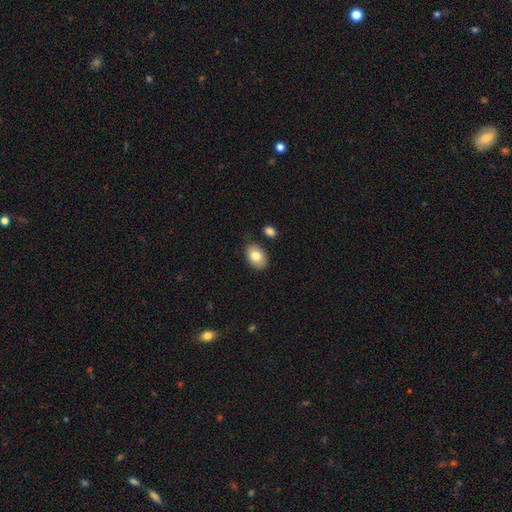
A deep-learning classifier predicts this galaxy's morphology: Overall: smooth (81%). How rounded: in between (82%). Merging: none (79%).